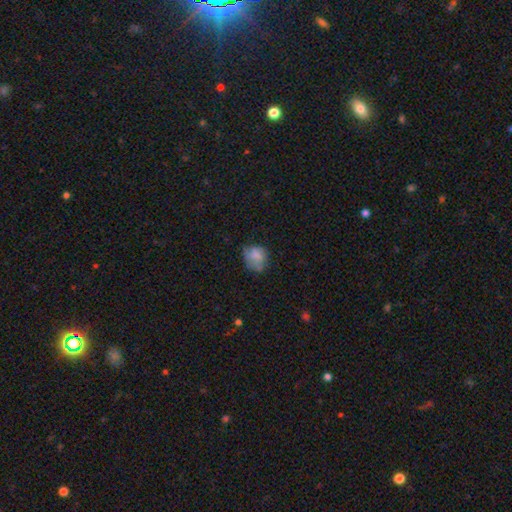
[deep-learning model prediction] The model was most divided on "merging": none: 48%, minor disturbance: 33%, major disturbance: 16%, merger: 3%. More confident: smooth or featured — smooth (73%); how rounded — round (62%).